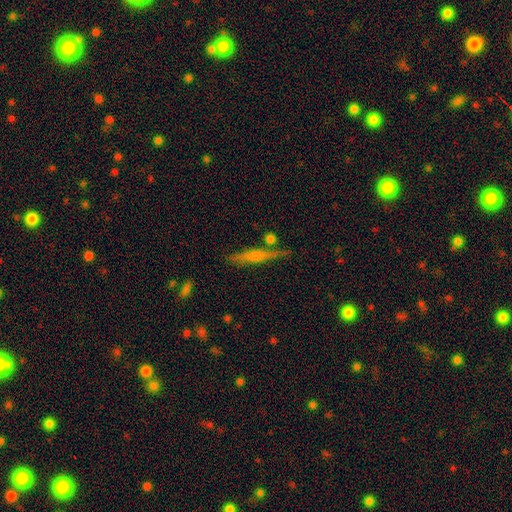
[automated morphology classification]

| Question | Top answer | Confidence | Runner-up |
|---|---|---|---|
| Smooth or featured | featured or disk | 56% | smooth (36%) |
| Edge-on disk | yes | 96% | no (4%) |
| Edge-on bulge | rounded | 54% | none (27%) |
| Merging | none | 78% | minor disturbance (13%) |